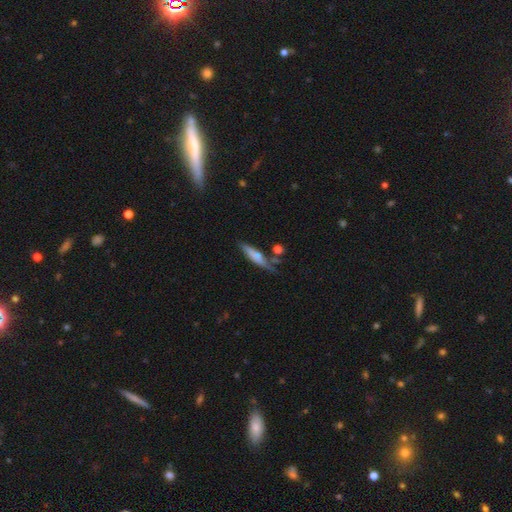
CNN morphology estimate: Smooth or featured?
  - smooth: 59% *
  - featured or disk: 34%
  - star or artifact: 7%
How rounded?
  - cigar-shaped: 81% *
  - in between: 17%
  - round: 3%
Merging?
  - none: 59% *
  - minor disturbance: 23%
  - merger: 11%
  - major disturbance: 7%